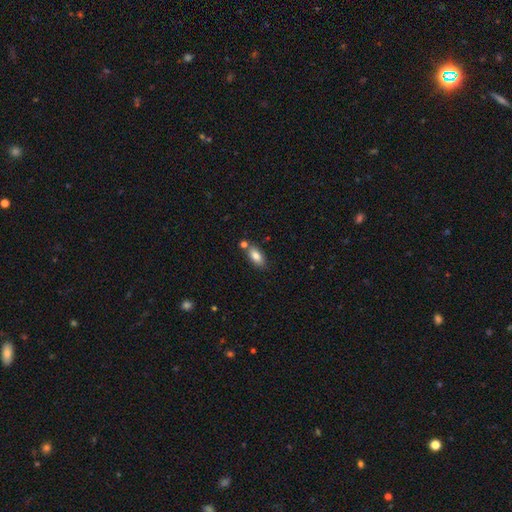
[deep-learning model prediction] A smooth galaxy with no disk features (82%) that is in between round and cigar-shaped (87%). Merging: none (70%).